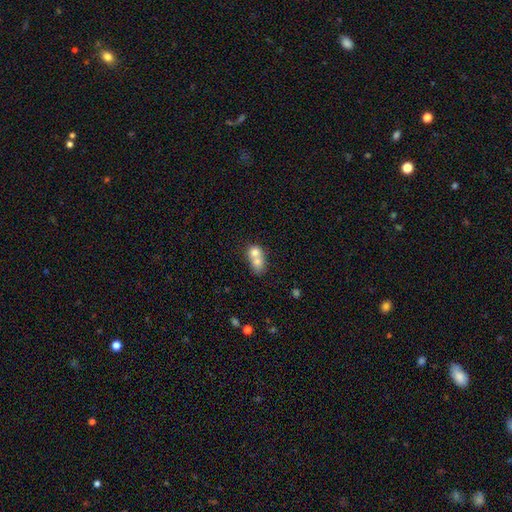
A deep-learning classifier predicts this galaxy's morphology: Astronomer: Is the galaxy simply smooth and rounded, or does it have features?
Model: smooth — 70%.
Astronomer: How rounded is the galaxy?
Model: round — 58% (runner-up: in between, 40%).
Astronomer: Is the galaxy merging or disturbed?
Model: merger — 73%.